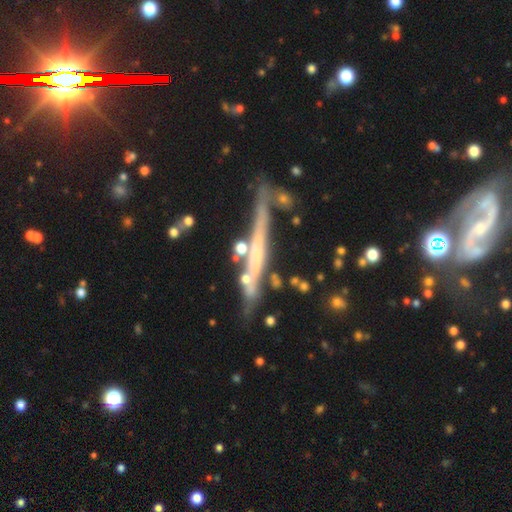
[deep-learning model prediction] The model was most divided on "smooth or featured": featured or disk: 67%, smooth: 25%, star or artifact: 9%. More confident: edge-on disk — yes (93%); edge-on bulge — none (72%); merging — none (69%).